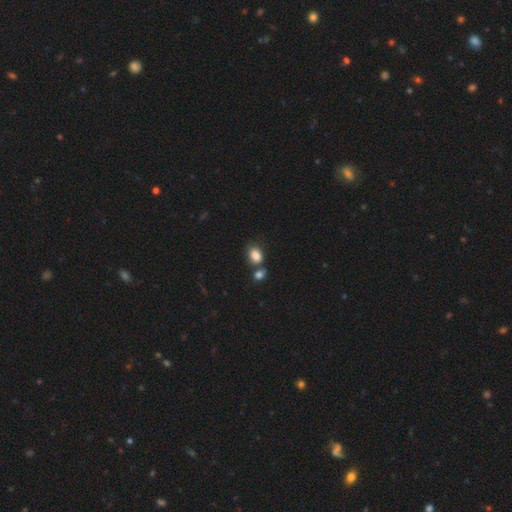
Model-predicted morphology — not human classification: Smooth or featured? Predicted: smooth (p=0.85). How rounded? Predicted: in between (p=0.73). Merging? Predicted: none (p=0.54).